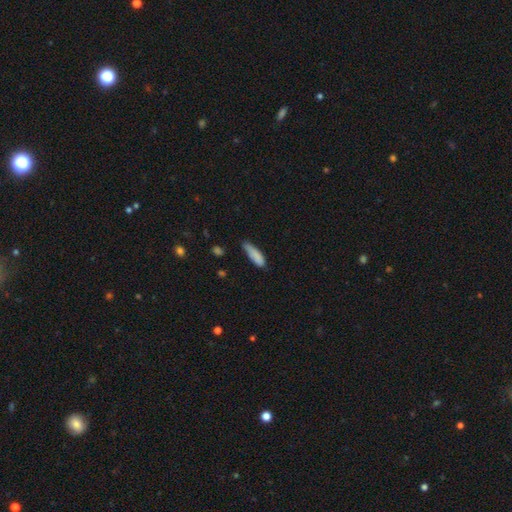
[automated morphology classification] A smooth galaxy with no disk features (84%) that is cigar-shaped (57%). Merging: none (54%).